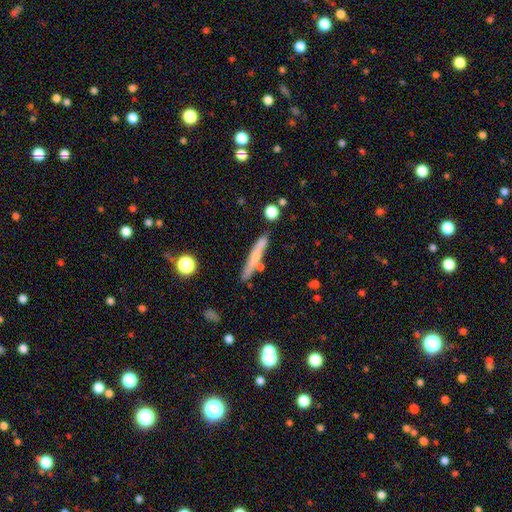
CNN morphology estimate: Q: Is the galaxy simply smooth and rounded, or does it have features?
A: smooth — 59%.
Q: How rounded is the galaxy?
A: cigar-shaped — 93%.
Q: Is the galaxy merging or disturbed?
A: none — 76%.